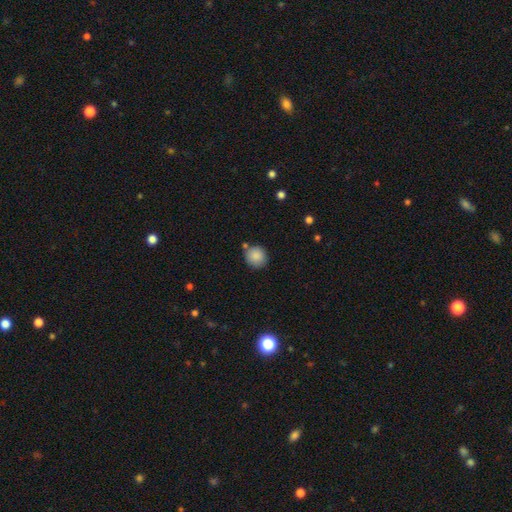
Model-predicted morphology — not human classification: A smooth galaxy with no disk features (87%) that is round (88%).

Vote fractions:
- Smooth or featured? smooth: 87% / star or artifact: 8% / featured or disk: 5%
- How rounded? round: 88% / in between: 11% / cigar-shaped: 1%
- Merging? none: 77% / minor disturbance: 12% / merger: 8% / major disturbance: 3%